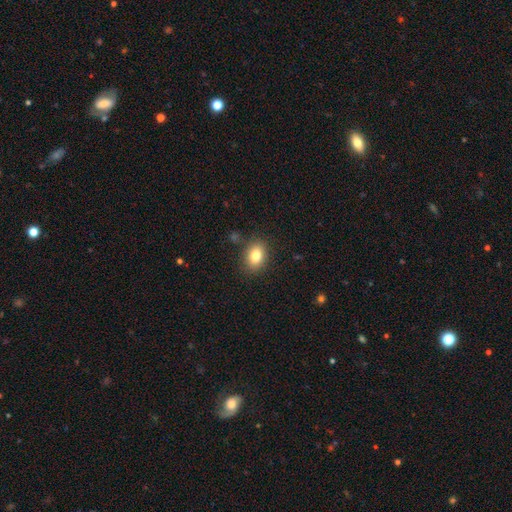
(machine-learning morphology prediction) This appears to be a smooth galaxy with no disk features (81%) that is in between round and cigar-shaped (75%). Merging: none (84%).